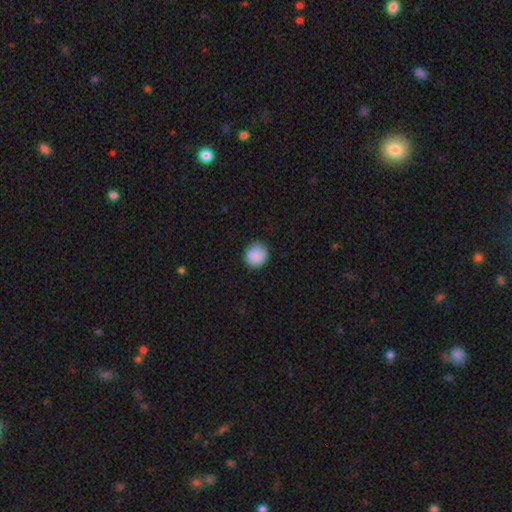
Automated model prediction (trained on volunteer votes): Smooth or featured?
  - smooth: 89% *
  - star or artifact: 8%
  - featured or disk: 4%
How rounded?
  - round: 89% *
  - in between: 11%
  - cigar-shaped: 1%
Merging?
  - none: 86% *
  - minor disturbance: 10%
  - major disturbance: 2%
  - merger: 1%